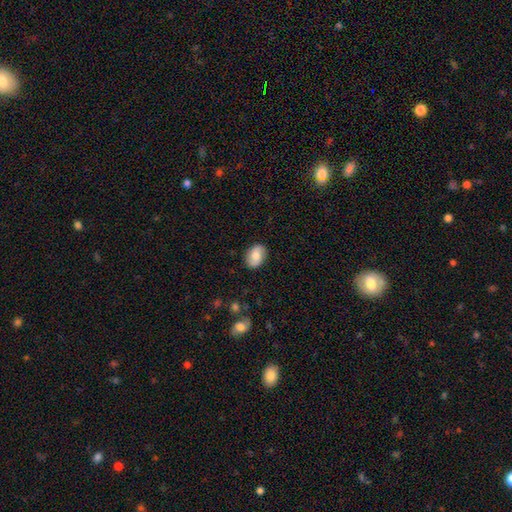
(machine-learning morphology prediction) Smooth or featured? Predicted: smooth (p=0.74). How rounded? Predicted: in between (p=0.81). Merging? Predicted: none (p=0.85).